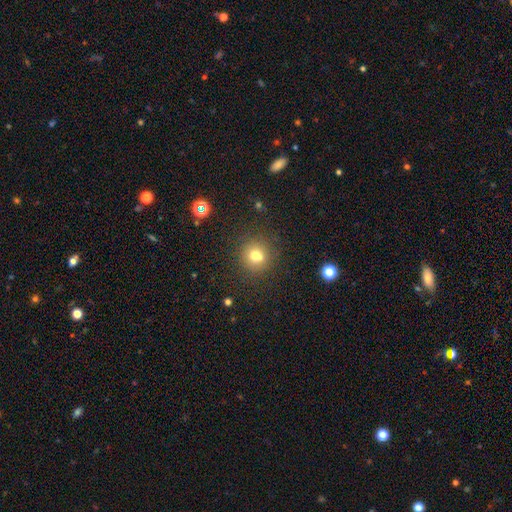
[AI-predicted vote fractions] Smooth or featured? smooth (72%)
How rounded? round (87%)
Merging? none (69%)